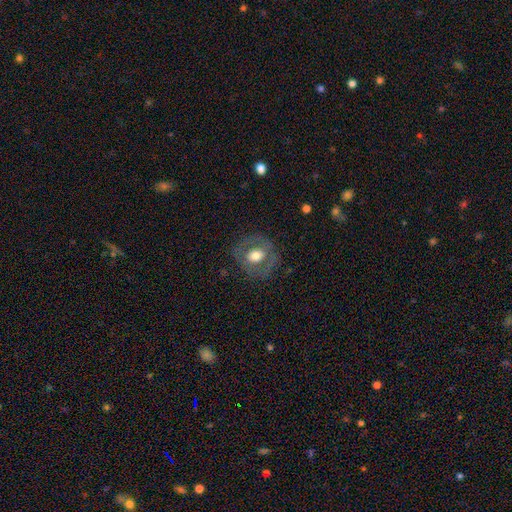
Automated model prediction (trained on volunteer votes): Smooth or featured: featured or disk — 46% (tied with smooth — 46%)
Merging: none — 76% (minor disturbance — 14%)